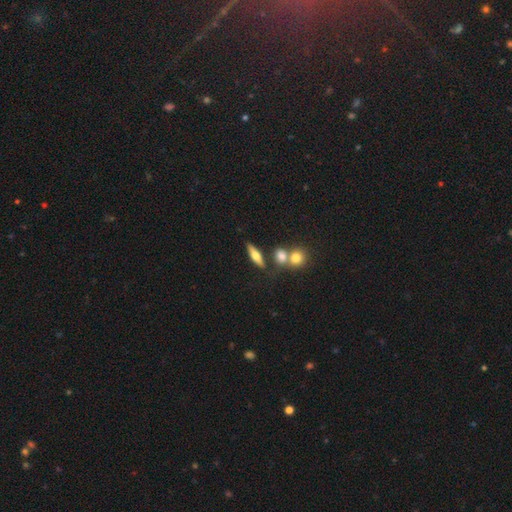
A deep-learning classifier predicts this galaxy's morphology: The model was most divided on "smooth or featured": featured or disk: 46%, smooth: 45%, star or artifact: 8%. More confident: merging — none (71%).